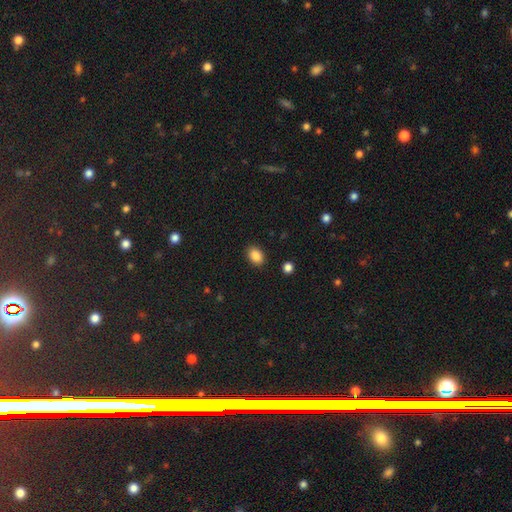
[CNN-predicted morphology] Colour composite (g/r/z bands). It shows a smooth galaxy with no disk features (87%) that is in between round and cigar-shaped (78%). Merging: none (88%).